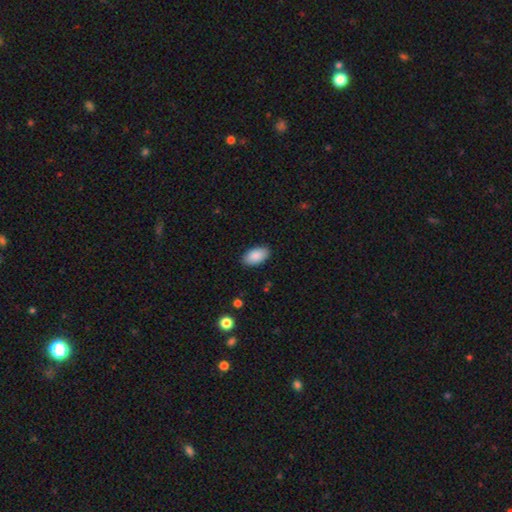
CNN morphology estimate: type=smooth (89%); roundness=in between (95%); merging=none (88%).